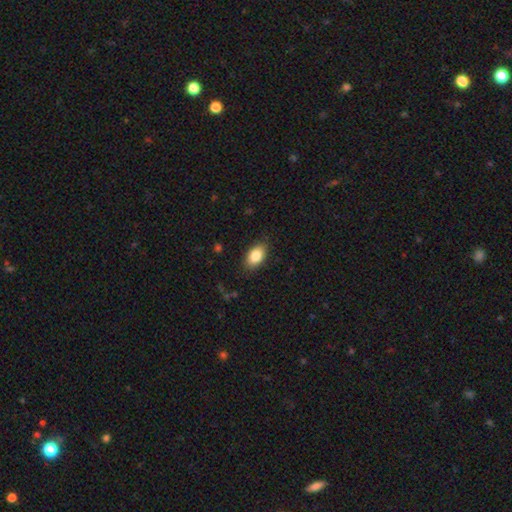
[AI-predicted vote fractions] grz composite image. It shows a smooth galaxy with no disk features (85%) that is in between round and cigar-shaped (90%). Merging: none (85%).